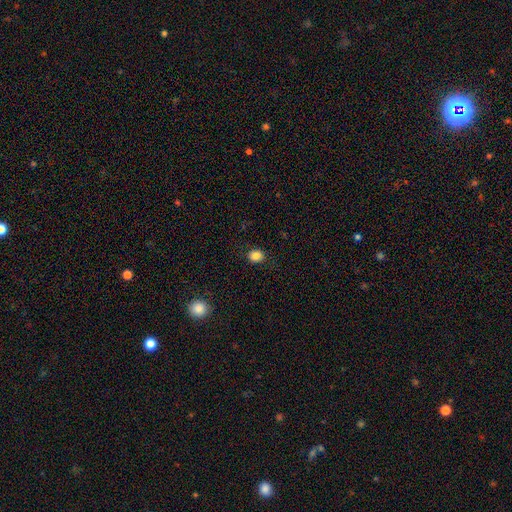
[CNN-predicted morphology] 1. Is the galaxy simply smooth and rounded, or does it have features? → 85% smooth, 11% star or artifact, 5% featured or disk.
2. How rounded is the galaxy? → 63% round, 36% in between, 1% cigar-shaped.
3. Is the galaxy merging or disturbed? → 86% none, 10% minor disturbance, 3% major disturbance, 1% merger.